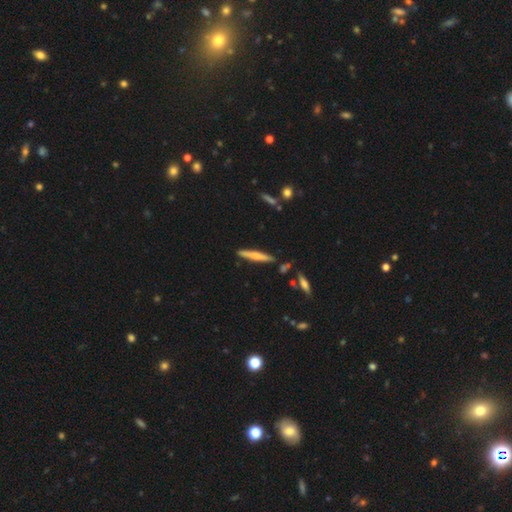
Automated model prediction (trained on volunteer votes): Smooth or featured? featured or disk (51%)
Edge-on disk? yes (96%)
Merging? none (86%)